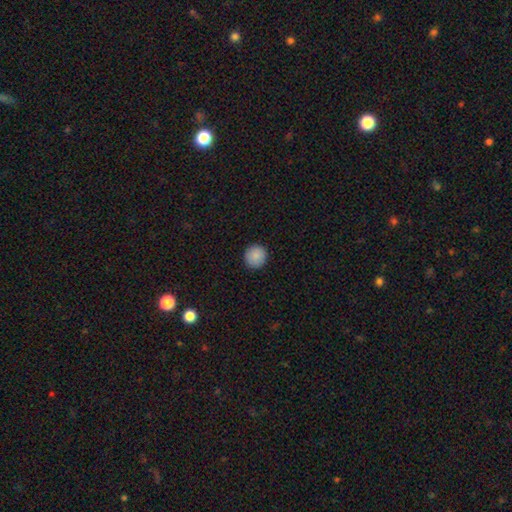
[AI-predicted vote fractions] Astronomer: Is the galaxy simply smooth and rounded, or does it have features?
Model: smooth — 88%.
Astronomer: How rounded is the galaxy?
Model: round — 95%.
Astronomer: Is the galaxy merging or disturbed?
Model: none — 92%.